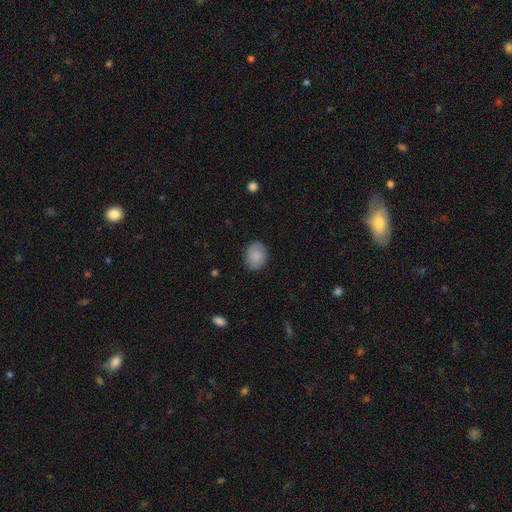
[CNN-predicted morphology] Smooth or featured?
  - smooth: 83% *
  - featured or disk: 10%
  - star or artifact: 7%
How rounded?
  - in between: 55% *
  - round: 44%
  - cigar-shaped: 1%
Merging?
  - none: 86% *
  - minor disturbance: 11%
  - major disturbance: 3%
  - merger: 1%